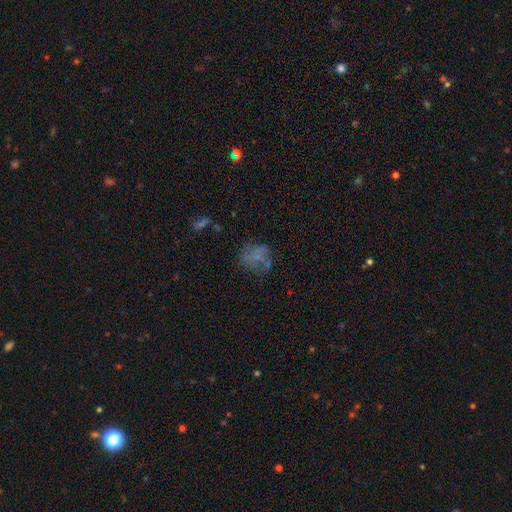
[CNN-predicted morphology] smooth 54%, featured or disk 30%, star or artifact 17%. Down the decision tree: how rounded — round (63%); merging — none (50%).